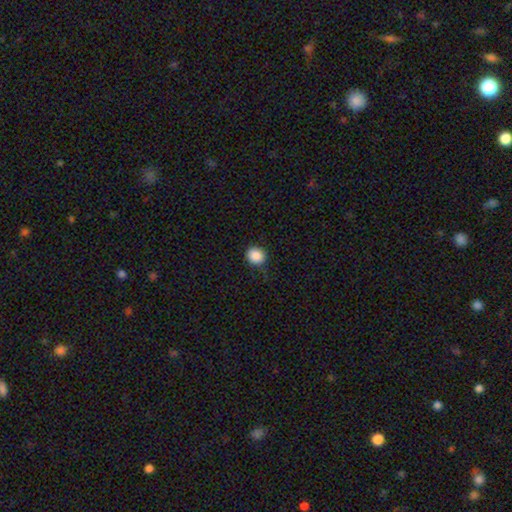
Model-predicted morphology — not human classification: smooth 88%, star or artifact 10%, featured or disk 3%. Down the decision tree: how rounded — round (85%); merging — none (83%).